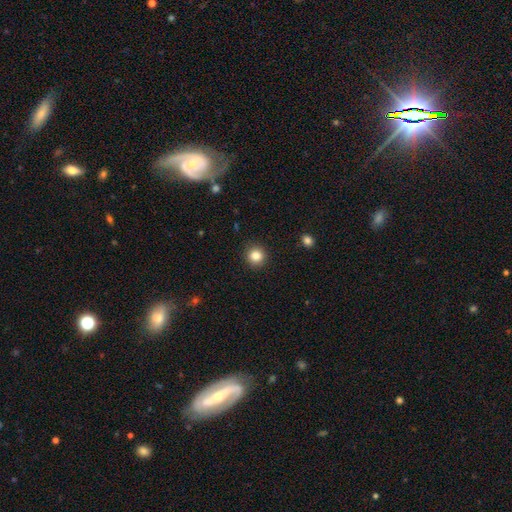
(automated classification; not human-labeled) Smooth or featured? smooth (84%)
How rounded? round (93%)
Merging? none (92%)